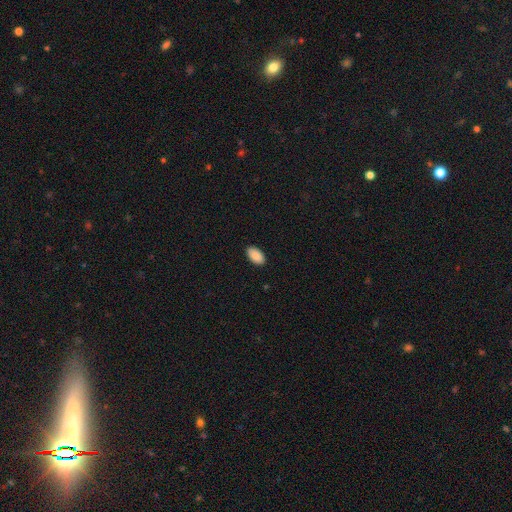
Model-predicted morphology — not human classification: Smooth or featured?
  - smooth: 89% *
  - star or artifact: 6%
  - featured or disk: 4%
How rounded?
  - in between: 95% *
  - round: 3%
  - cigar-shaped: 2%
Merging?
  - none: 89% *
  - minor disturbance: 8%
  - major disturbance: 2%
  - merger: 1%